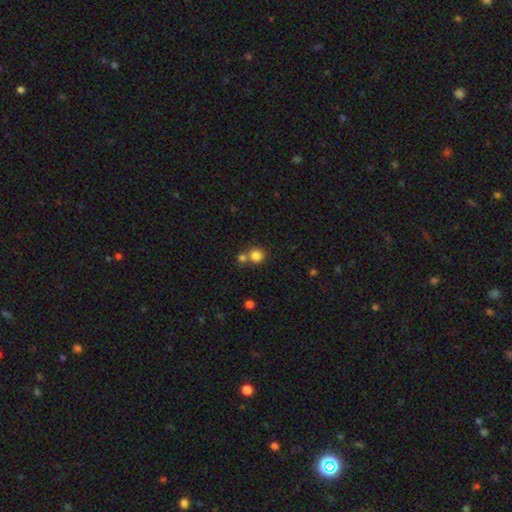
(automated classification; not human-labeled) Smooth or featured? Predicted: smooth (p=0.82). How rounded? Predicted: round (p=0.92). Merging? Predicted: none (p=0.62).